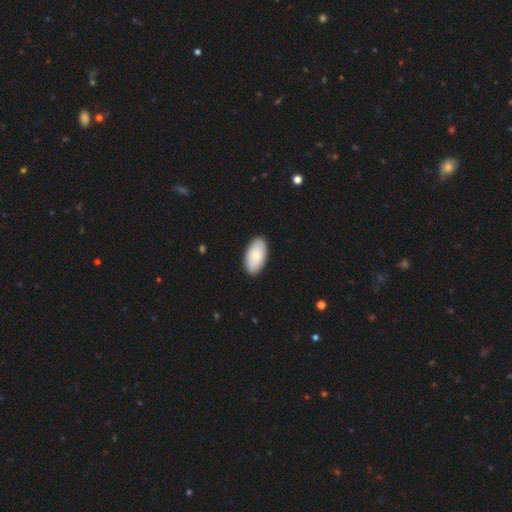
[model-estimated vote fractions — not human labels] Overall: smooth (82%). How rounded: in between (96%). Merging: none (89%).